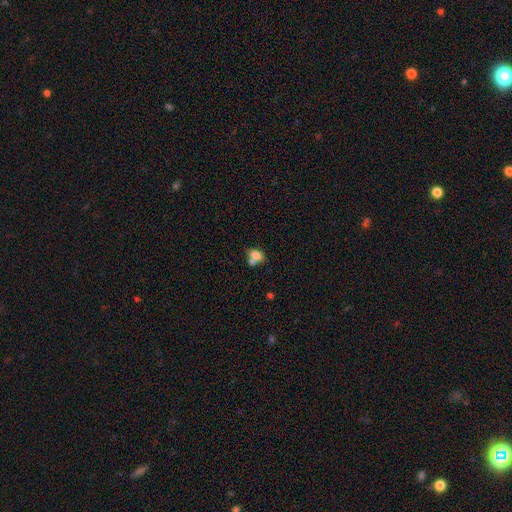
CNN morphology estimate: smooth 75%, featured or disk 15%, star or artifact 10%. Down the decision tree: how rounded — in between (76%); merging — merger (43%).